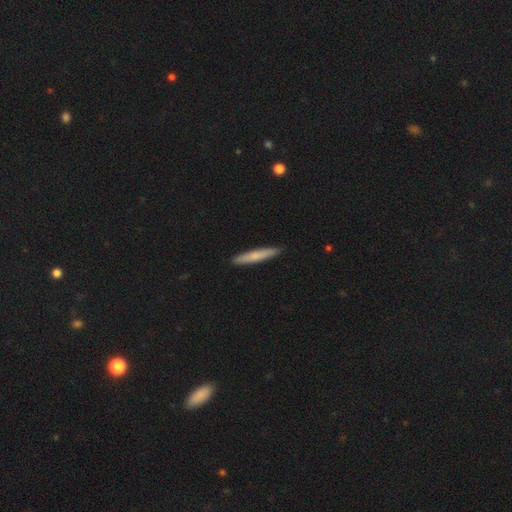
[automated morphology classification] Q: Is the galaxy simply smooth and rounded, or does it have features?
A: smooth — 70%.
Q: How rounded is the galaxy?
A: cigar-shaped — 94%.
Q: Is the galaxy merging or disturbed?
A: none — 91%.